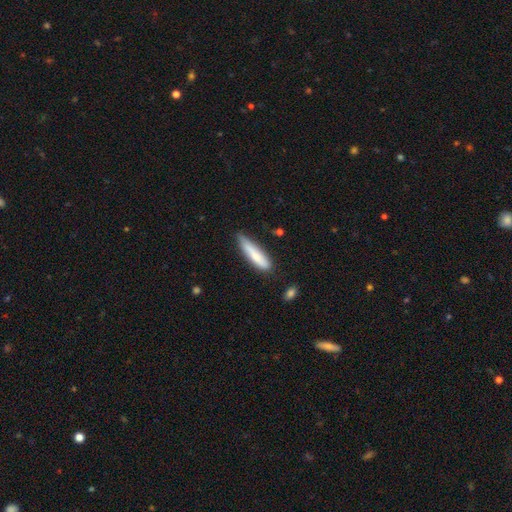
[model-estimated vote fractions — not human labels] smooth-or-featured: smooth: 76% | featured or disk: 18% | star or artifact: 6%
  how-rounded: cigar-shaped: 78% | in between: 20% | round: 1%
  merging: none: 66% | minor disturbance: 27% | major disturbance: 5% | merger: 2%